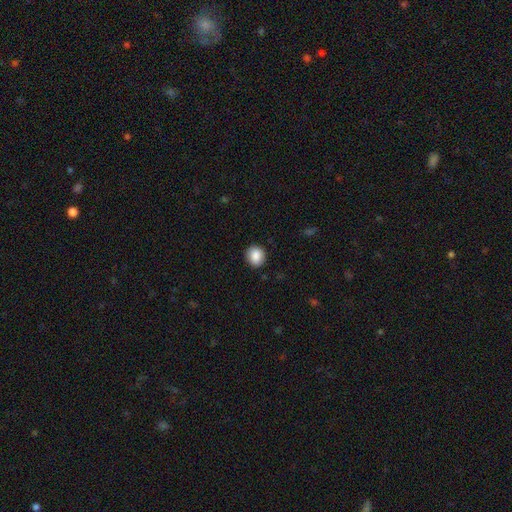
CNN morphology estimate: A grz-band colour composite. It shows a smooth galaxy with no disk features (88%) that is round (83%). Merging: none (89%).